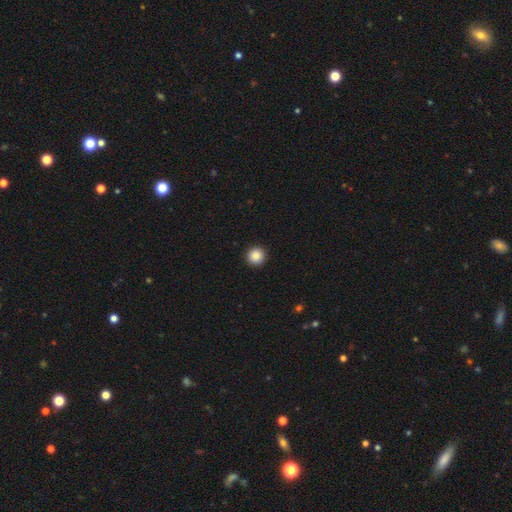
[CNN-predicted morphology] A smooth galaxy with no disk features (87%) that is round (95%). Merging: none (93%).